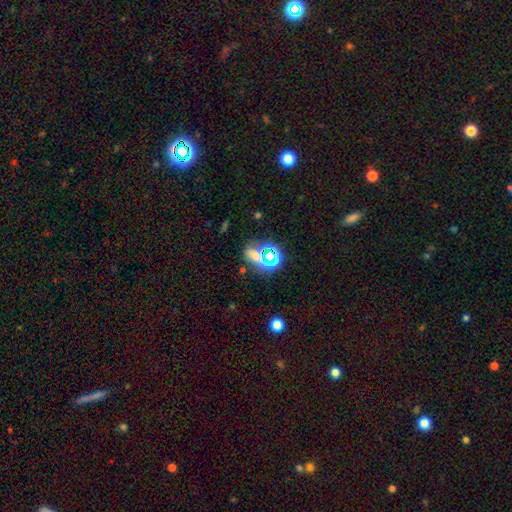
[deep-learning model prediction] This appears to be a smooth galaxy with no disk features (43%). Merging: none (50%).